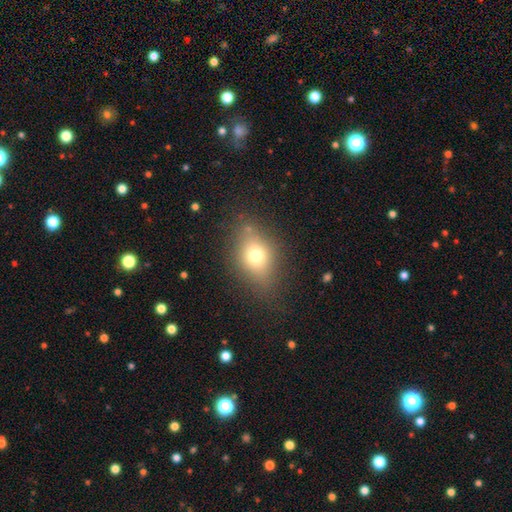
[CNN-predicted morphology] The model was most divided on "how rounded": in between: 62%, round: 35%, cigar-shaped: 3%. More confident: merging — none (75%); smooth or featured — smooth (69%).